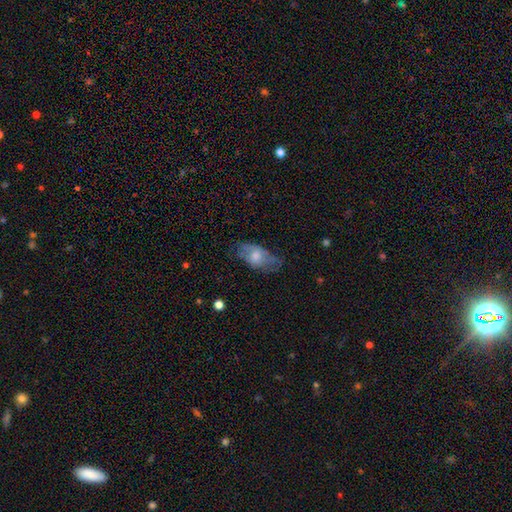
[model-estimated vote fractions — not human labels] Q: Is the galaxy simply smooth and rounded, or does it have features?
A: smooth — 55%.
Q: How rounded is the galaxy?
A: in between — 89%.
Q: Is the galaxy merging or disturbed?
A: none — 54%.